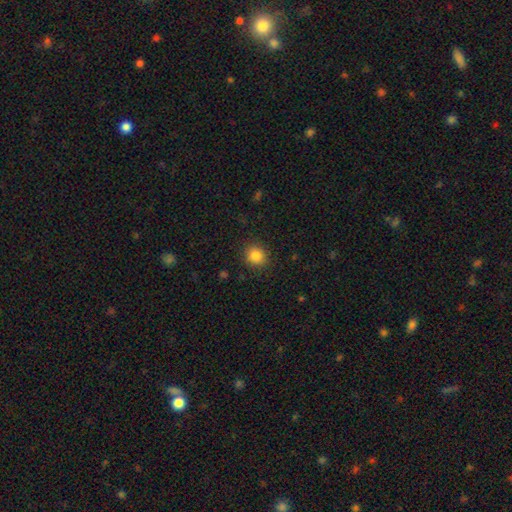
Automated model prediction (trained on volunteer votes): Morphology: type=smooth (84%); roundness=round (85%); merging=none (88%).